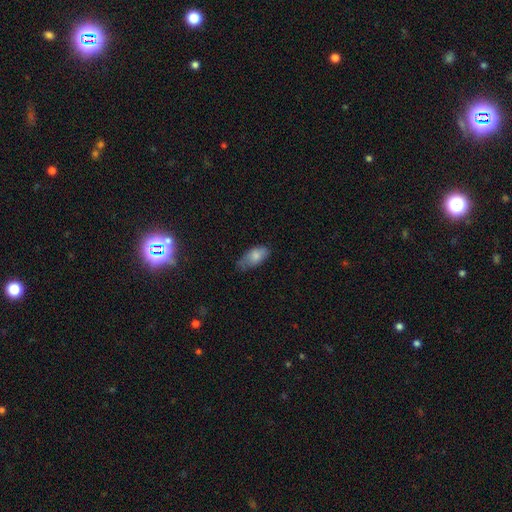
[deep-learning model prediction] smooth_or_featured: smooth (p=0.81) [alt: featured or disk p=0.12]
how_rounded: in between (p=0.91) [alt: cigar-shaped p=0.06]
merging: none (p=0.55) [alt: minor disturbance p=0.36]